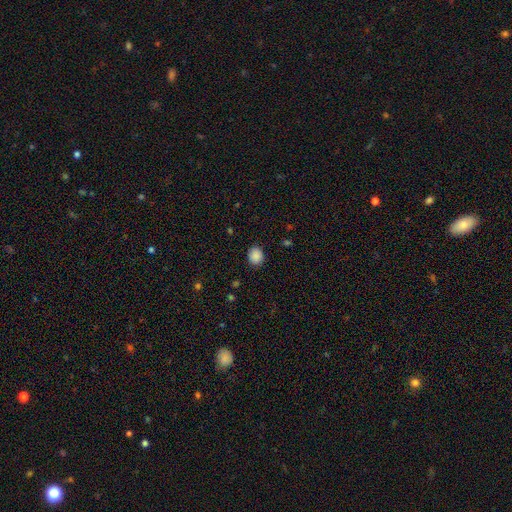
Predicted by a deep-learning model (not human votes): Overall: smooth (88%). How rounded: round (61%; in between 38%). Merging: none (87%).